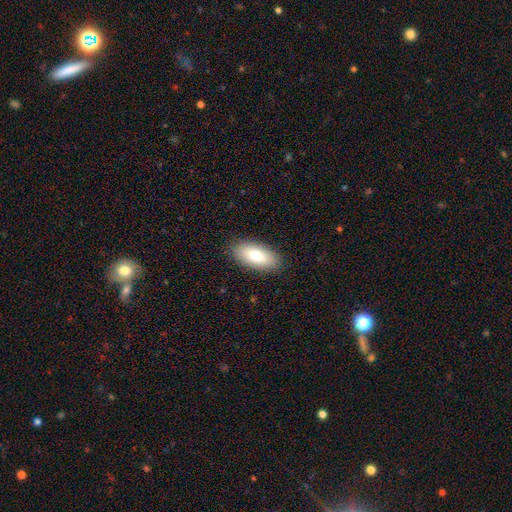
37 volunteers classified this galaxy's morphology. Smooth or featured?
  - smooth: 78% *
  - featured or disk: 16%
  - star or artifact: 5%
How rounded?
  - in between: 90% *
  - cigar-shaped: 10%
  - round: 0%
Merging?
  - none: 91% *
  - minor disturbance: 6%
  - major disturbance: 3%
  - merger: 0%